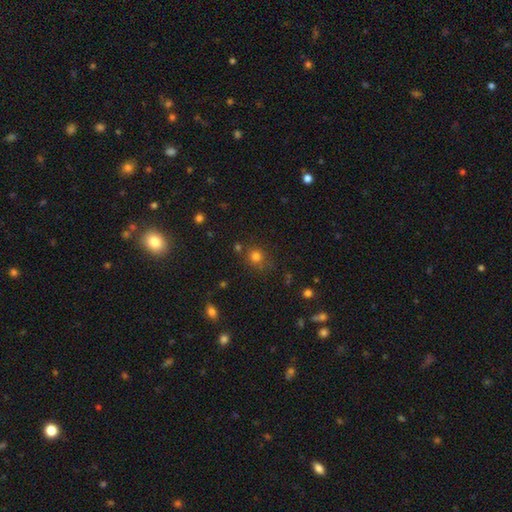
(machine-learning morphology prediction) Overall: smooth (77%). How rounded: round (82%). Merging: none (74%).